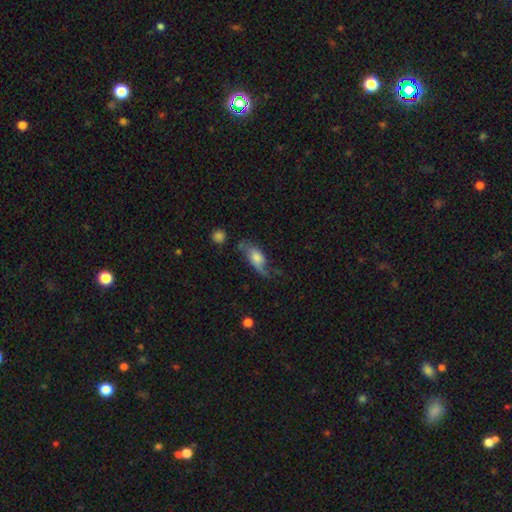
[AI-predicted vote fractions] A featured or disk galaxy (53%).

Vote fractions:
- Smooth or featured? featured or disk: 53% / smooth: 37% / star or artifact: 10%
- Edge-on disk? no: 72% / yes: 28%
- Merging? none: 46% / minor disturbance: 27% / major disturbance: 21% / merger: 6%